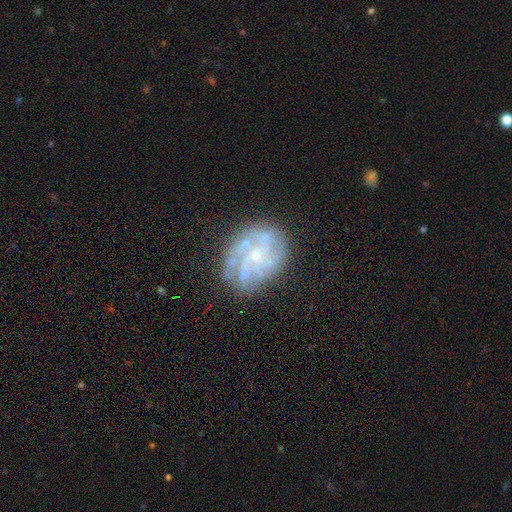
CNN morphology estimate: Overall: featured or disk (77%). Edge-on disk: no (97%). Bar: no (71%). Spiral arms: yes (87%). Spiral arm count: can't tell (32%; 4 25%). Spiral winding: tight (46%; medium 39%). Bulge size: small (73%). Merging: none (68%).